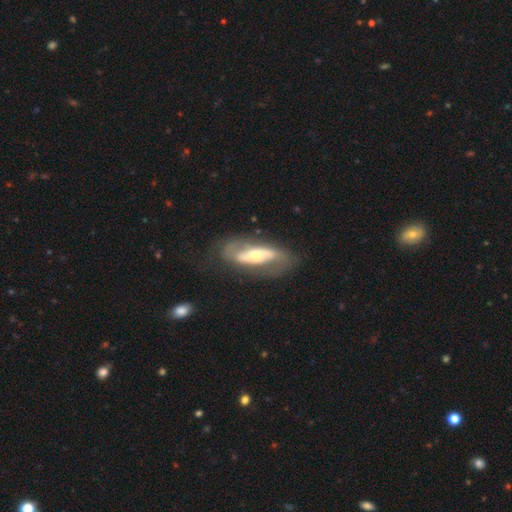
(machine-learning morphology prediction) featured or disk 75%, smooth 19%, star or artifact 6%. Down the decision tree: edge-on disk — no (86%); bar — strong (38%); spiral arms — yes (74%); bulge size — moderate (57%); merging — none (73%).